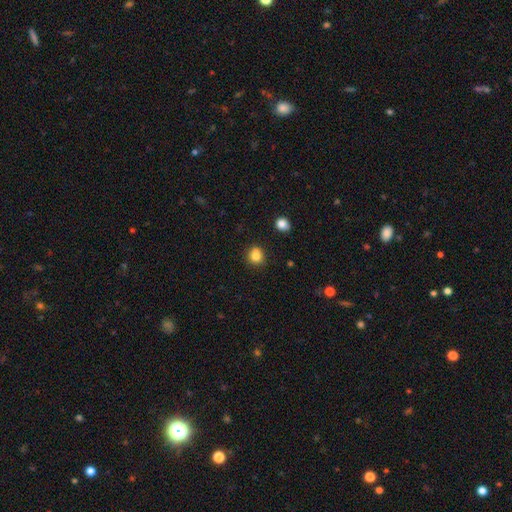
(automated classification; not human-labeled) A smooth galaxy with no disk features (81%) that is round (84%).

Vote fractions:
- Smooth or featured? smooth: 81% / star or artifact: 12% / featured or disk: 7%
- How rounded? round: 84% / in between: 15% / cigar-shaped: 1%
- Merging? none: 76% / minor disturbance: 13% / merger: 8% / major disturbance: 3%